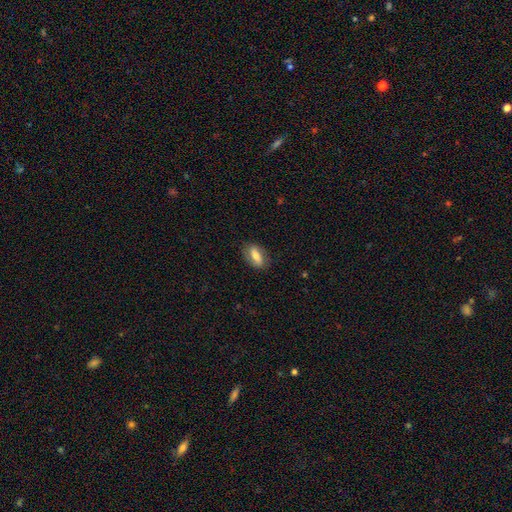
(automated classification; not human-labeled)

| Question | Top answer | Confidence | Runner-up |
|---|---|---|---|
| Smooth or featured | smooth | 69% | featured or disk (24%) |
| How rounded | in between | 80% | cigar-shaped (16%) |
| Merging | none | 80% | minor disturbance (15%) |